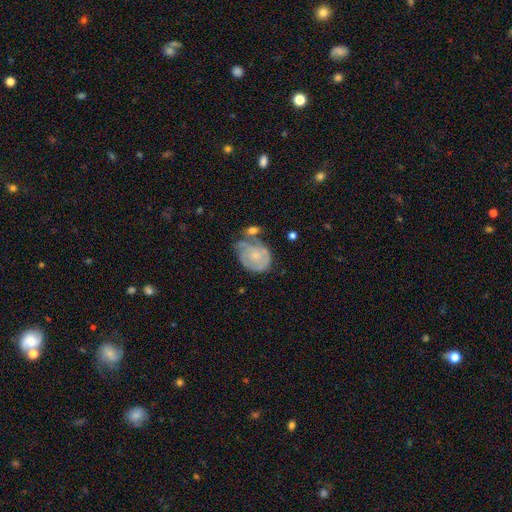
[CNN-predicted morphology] Smooth or featured? Predicted: featured or disk (p=0.57). Edge-on disk? Predicted: no (p=0.97). Bar? Predicted: no (p=0.81). Spiral arms? Predicted: yes (p=0.73). Bulge size? Predicted: small (p=0.63). Merging? Predicted: none (p=0.35).